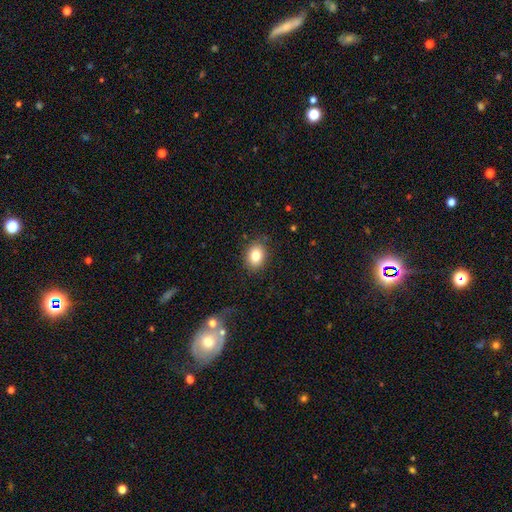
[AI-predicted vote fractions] Q: Smooth or featured?
A: smooth (82%); runner-up: star or artifact (9%)
Q: How rounded?
A: in between (64%); runner-up: round (35%)
Q: Merging?
A: none (86%); runner-up: minor disturbance (10%)